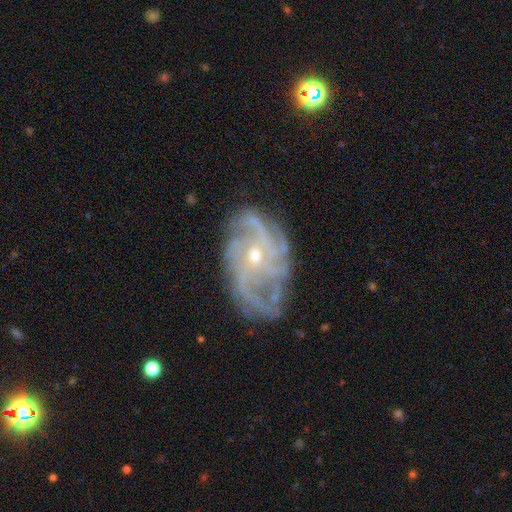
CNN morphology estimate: A featured or disk galaxy (88%) with no bar (68%), 4 (24%, tied with can't tell) tight (44%) spiral arms (95%) and a small central bulge (51%).

Vote fractions:
- Smooth or featured? featured or disk: 88% / star or artifact: 6% / smooth: 6%
- Edge-on disk? no: 96% / yes: 4%
- Bar? no: 68% / weak: 27% / strong: 6%
- Spiral arms? yes: 95% / no: 5%
- Spiral winding? tight: 44% / medium: 41% / loose: 15%
- Spiral arm count? 4: 24% (tied) / can't tell: 24% (tied) / 3: 21% / 2: 12% / more than 4: 12% / 1: 7%
- Bulge size? small: 51% / moderate: 45% / large: 2% / none: 1% / dominant: 1%
- Merging? none: 68% / minor disturbance: 19% / major disturbance: 12% / merger: 2%